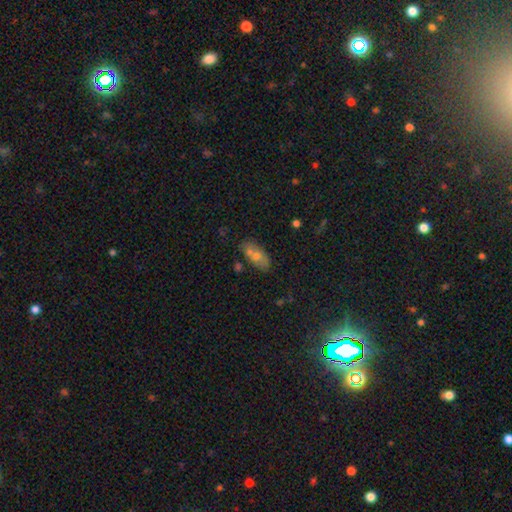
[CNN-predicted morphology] Smooth or featured?
  - smooth: 59% *
  - featured or disk: 27%
  - star or artifact: 15%
How rounded?
  - in between: 83% *
  - cigar-shaped: 9%
  - round: 7%
Merging?
  - none: 64% *
  - merger: 18%
  - minor disturbance: 14%
  - major disturbance: 4%